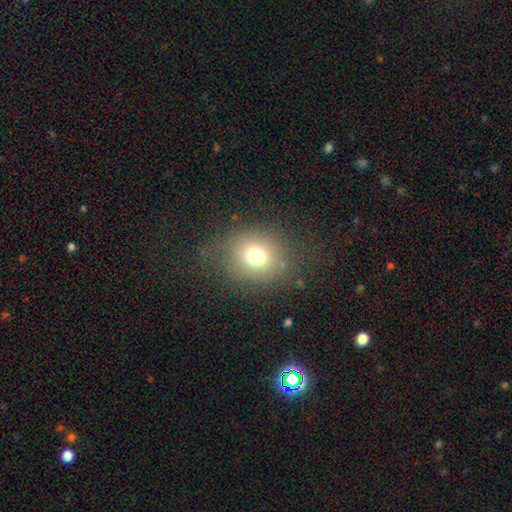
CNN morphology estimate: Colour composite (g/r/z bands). It shows a smooth galaxy with no disk features (73%) that is round (78%). Merging: none (76%).